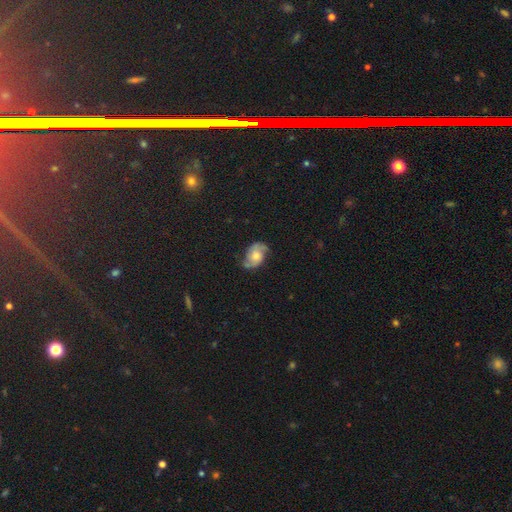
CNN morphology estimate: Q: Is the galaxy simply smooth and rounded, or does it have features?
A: featured or disk — 77%.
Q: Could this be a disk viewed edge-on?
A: no — 97%.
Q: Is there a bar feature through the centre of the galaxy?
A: no — 69%.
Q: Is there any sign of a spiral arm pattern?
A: yes — 95%.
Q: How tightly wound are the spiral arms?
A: medium — 46%.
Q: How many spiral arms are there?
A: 2 — 91%.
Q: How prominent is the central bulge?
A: moderate — 54%.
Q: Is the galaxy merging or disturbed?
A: none — 72%.